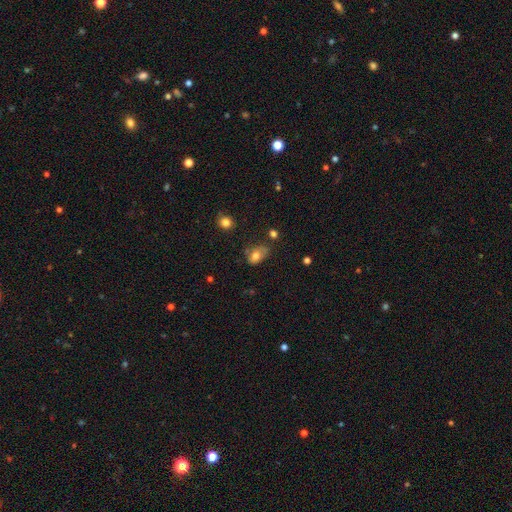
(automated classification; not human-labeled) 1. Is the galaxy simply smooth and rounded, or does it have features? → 76% smooth, 14% featured or disk, 10% star or artifact.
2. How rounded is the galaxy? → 84% in between, 14% round, 2% cigar-shaped.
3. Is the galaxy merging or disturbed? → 48% none, 34% minor disturbance, 12% major disturbance, 7% merger.